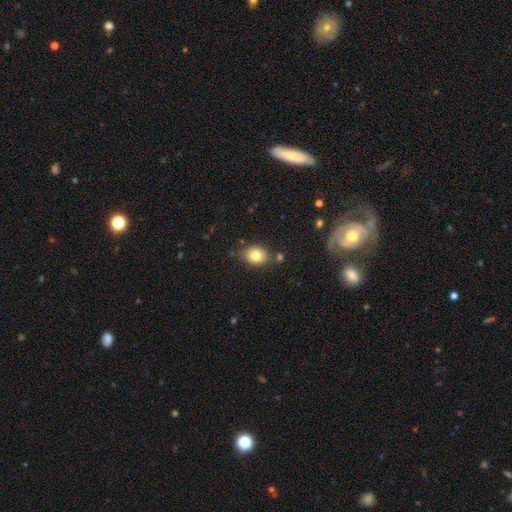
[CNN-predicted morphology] Smooth or featured?
  - smooth: 81% *
  - star or artifact: 9%
  - featured or disk: 9%
How rounded?
  - in between: 56% *
  - round: 43%
  - cigar-shaped: 1%
Merging?
  - none: 76% *
  - minor disturbance: 15%
  - merger: 6%
  - major disturbance: 3%